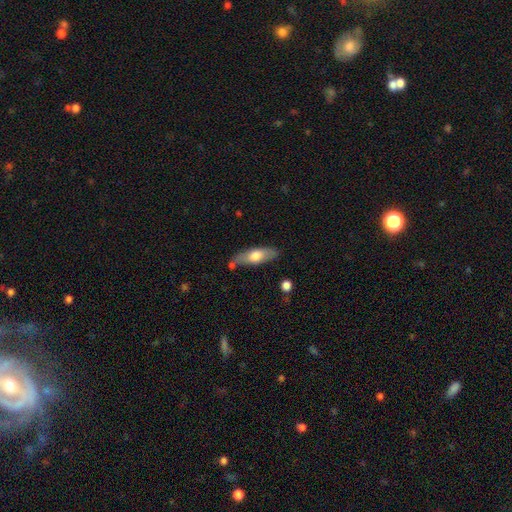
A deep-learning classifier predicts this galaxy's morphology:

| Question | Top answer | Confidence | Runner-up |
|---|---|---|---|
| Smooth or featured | smooth | 63% | featured or disk (31%) |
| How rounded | in between | 59% | cigar-shaped (39%) |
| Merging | none | 73% | minor disturbance (17%) |